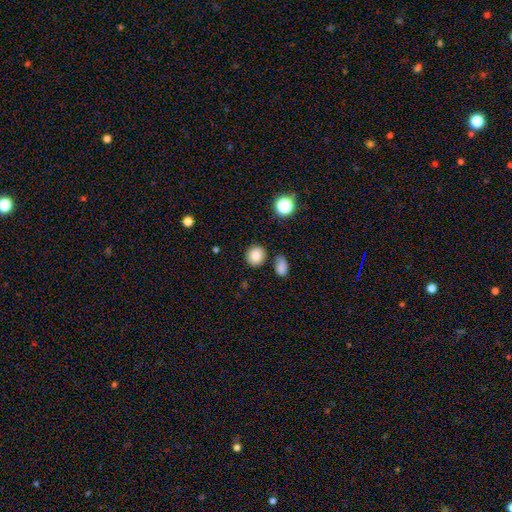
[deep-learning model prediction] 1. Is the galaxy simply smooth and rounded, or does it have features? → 84% smooth, 10% star or artifact, 6% featured or disk.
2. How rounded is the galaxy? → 81% round, 18% in between, 1% cigar-shaped.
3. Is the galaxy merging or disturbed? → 80% none, 11% minor disturbance, 6% merger, 3% major disturbance.